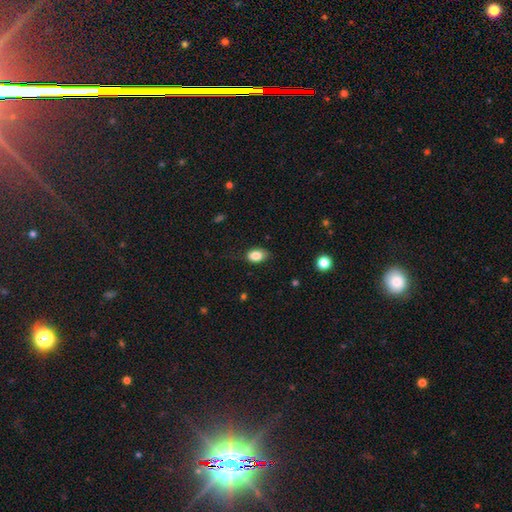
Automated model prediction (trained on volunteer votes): Overall: smooth (85%). How rounded: in between (86%). Merging: none (75%).